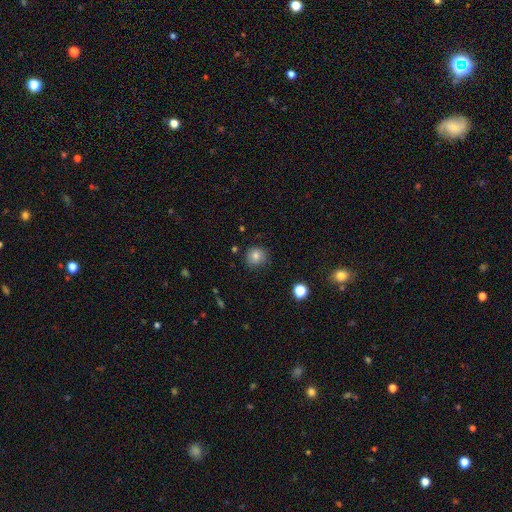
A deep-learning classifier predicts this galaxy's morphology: A smooth galaxy with no disk features (78%) that is round (89%). Merging: none (81%).